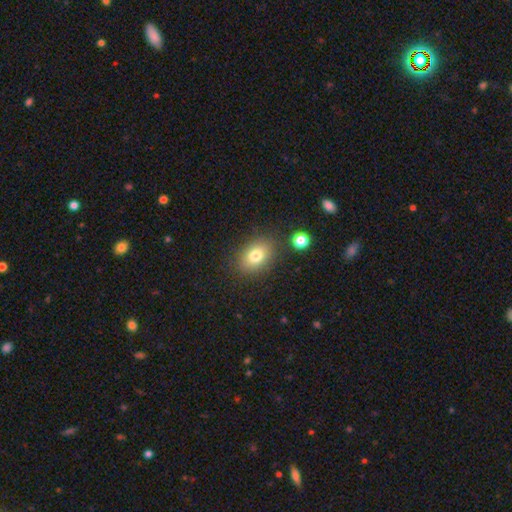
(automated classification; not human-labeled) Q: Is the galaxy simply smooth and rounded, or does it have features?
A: smooth — 78%.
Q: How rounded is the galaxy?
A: in between — 73%.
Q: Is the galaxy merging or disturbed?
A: none — 83%.